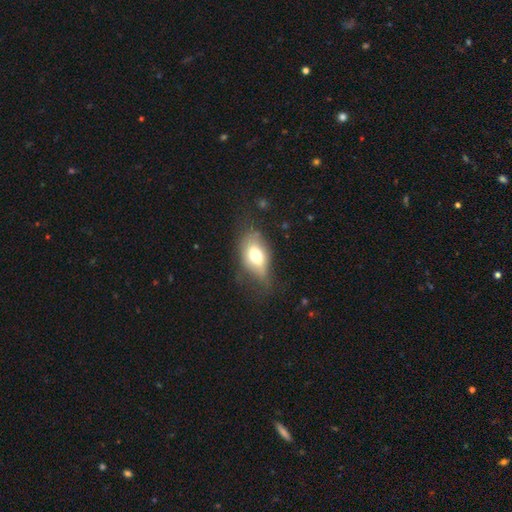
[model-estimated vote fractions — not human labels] This is likely a smooth galaxy (65%). How rounded: clearly in between (86%). Merging: possibly none (49%).